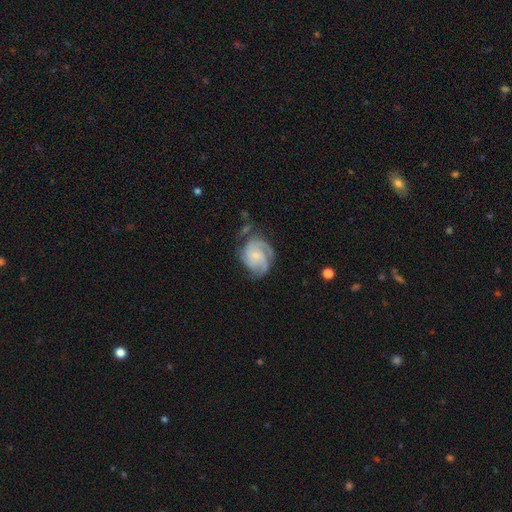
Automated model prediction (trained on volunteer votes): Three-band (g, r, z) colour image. It shows a featured or disk galaxy (84%) with no bar (72%), 3 (54%) tight (55%) spiral arms (97%) and a small central bulge (73%). Merging: none (60%).